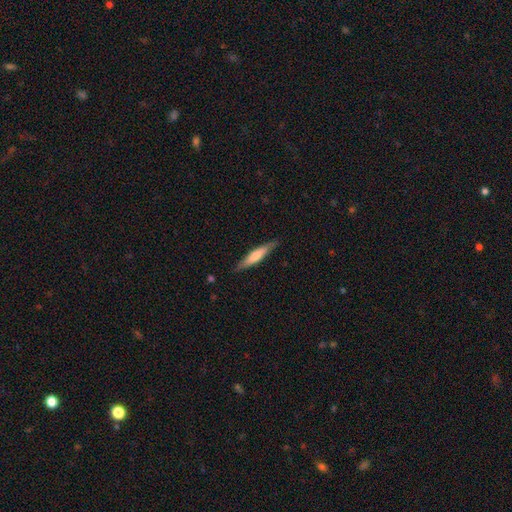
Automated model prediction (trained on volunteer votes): Overall: smooth (57%; featured or disk 38%). How rounded: cigar-shaped (89%). Merging: none (87%).